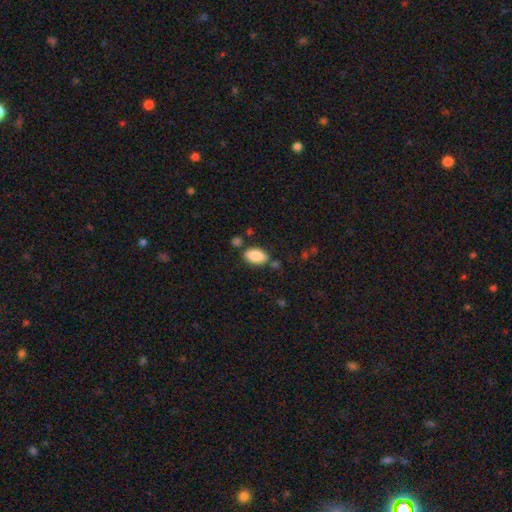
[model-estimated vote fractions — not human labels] Q: Smooth or featured?
A: smooth (88%); runner-up: star or artifact (7%)
Q: How rounded?
A: in between (92%); runner-up: round (6%)
Q: Merging?
A: none (77%); runner-up: minor disturbance (13%)